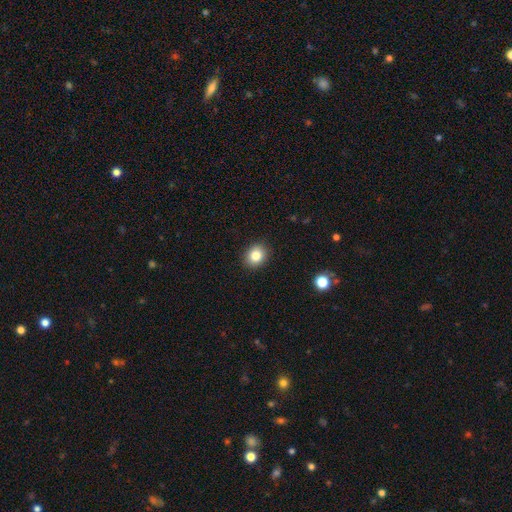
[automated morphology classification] A smooth galaxy with no disk features (84%) that is round (61%). Merging: none (90%).